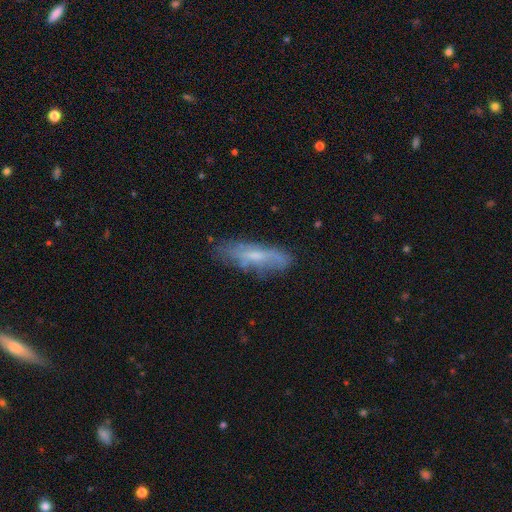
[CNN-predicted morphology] type=smooth (47%); merging=none (68%).